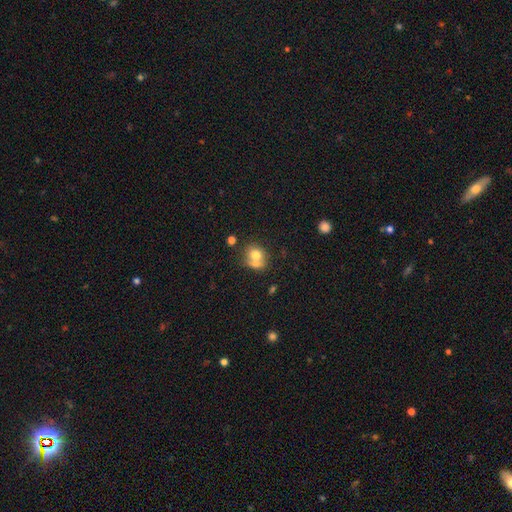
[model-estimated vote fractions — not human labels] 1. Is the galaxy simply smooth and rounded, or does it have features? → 71% smooth, 18% featured or disk, 10% star or artifact.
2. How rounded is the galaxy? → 64% round, 35% in between, 1% cigar-shaped.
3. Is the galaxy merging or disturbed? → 48% merger, 35% none, 11% minor disturbance, 6% major disturbance.